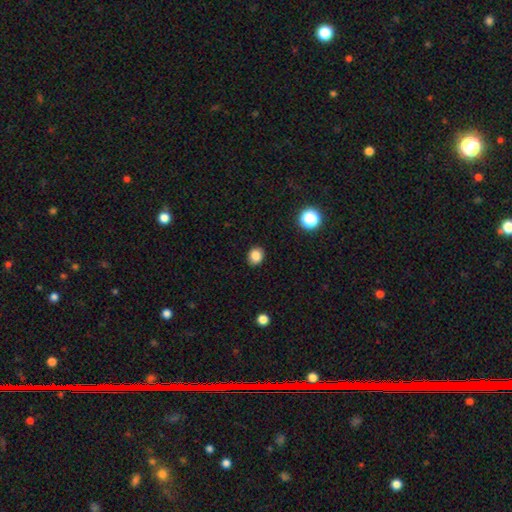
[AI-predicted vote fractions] This is clearly a smooth galaxy (84%). How rounded: likely round (61%). Merging: clearly none (89%).